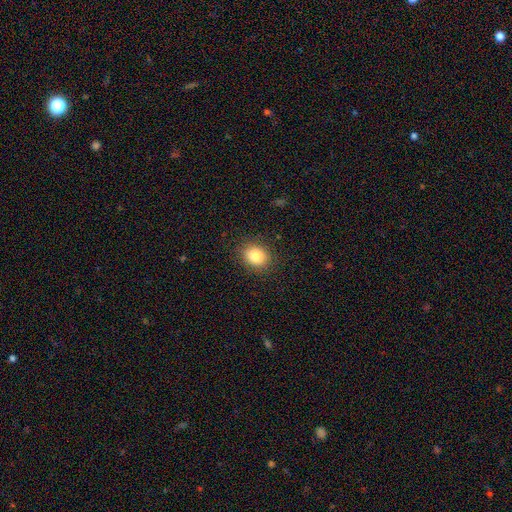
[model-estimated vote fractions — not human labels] Smooth or featured? smooth (83%)
How rounded? round (66%)
Merging? none (88%)